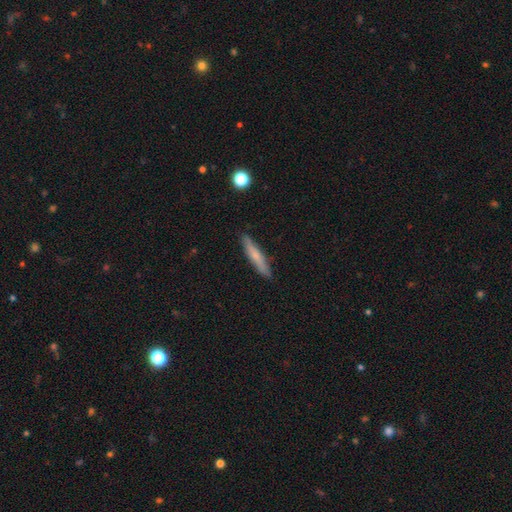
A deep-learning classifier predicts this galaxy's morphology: A smooth galaxy with no disk features (61%) that is cigar-shaped (92%).

Vote fractions:
- Smooth or featured? smooth: 61% / featured or disk: 32% / star or artifact: 6%
- How rounded? cigar-shaped: 92% / in between: 7% / round: 2%
- Merging? none: 89% / minor disturbance: 9% / major disturbance: 2% / merger: 1%